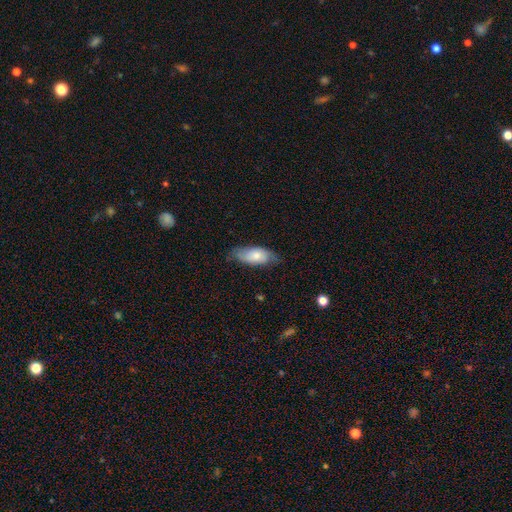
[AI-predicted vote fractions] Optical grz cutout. It shows a smooth galaxy with no disk features (70%) that is in between round and cigar-shaped (84%). Merging: none (69%).